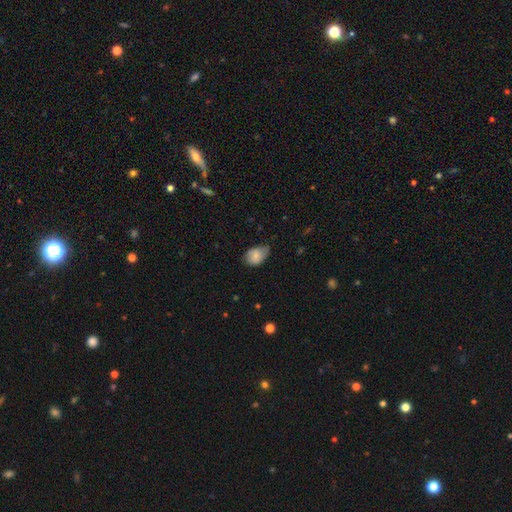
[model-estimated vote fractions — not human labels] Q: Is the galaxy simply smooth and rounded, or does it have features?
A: smooth — 79%.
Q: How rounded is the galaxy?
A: in between — 77%.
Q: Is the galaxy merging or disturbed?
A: none — 46%.